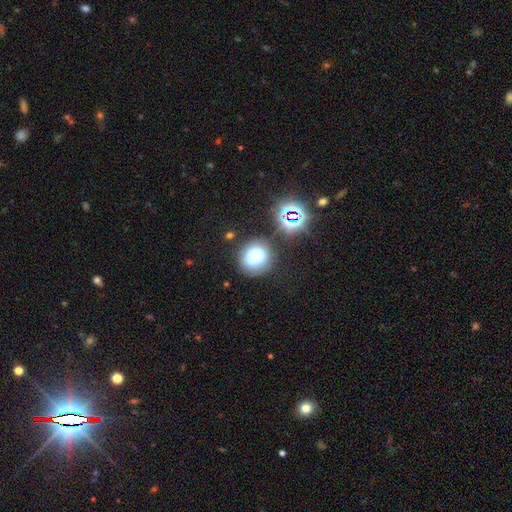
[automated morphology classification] A smooth galaxy with no disk features (68%) that is round (87%). Merging: none (74%).